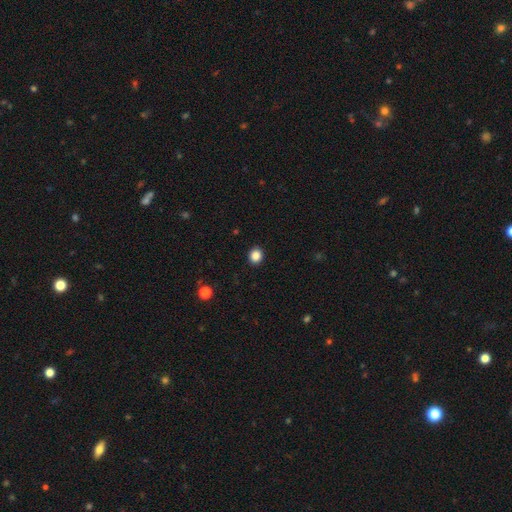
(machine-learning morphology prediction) Smooth or featured?
  - smooth: 86% *
  - star or artifact: 10%
  - featured or disk: 3%
How rounded?
  - round: 78% *
  - in between: 21%
  - cigar-shaped: 1%
Merging?
  - none: 92% *
  - minor disturbance: 5%
  - major disturbance: 2%
  - merger: 1%